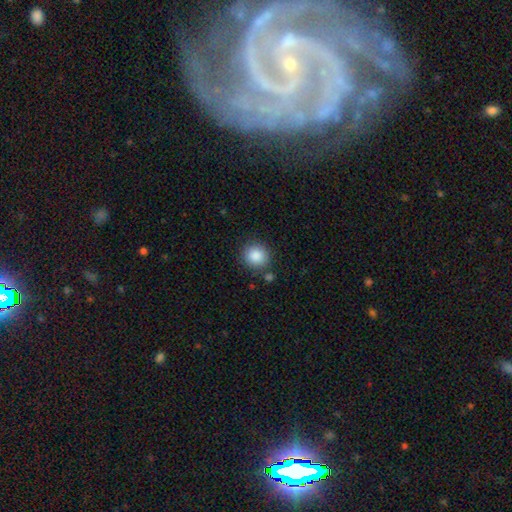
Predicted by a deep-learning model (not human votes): The model was most divided on "merging": none: 83%, minor disturbance: 10%, merger: 4%, major disturbance: 3%. More confident: how rounded — round (91%); smooth or featured — smooth (87%).